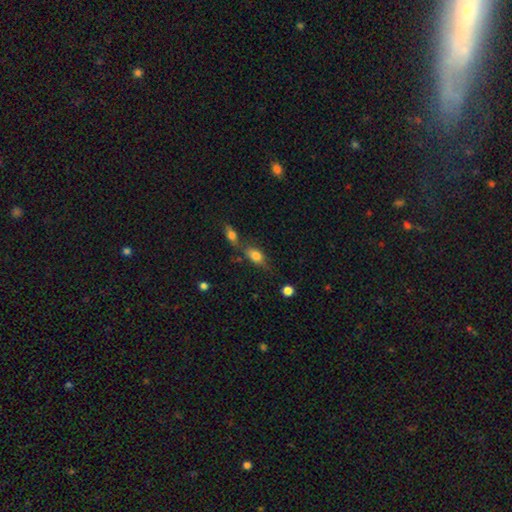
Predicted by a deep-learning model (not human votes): Smooth or featured: smooth — 74% (featured or disk — 16%)
How rounded: in between — 82% (cigar-shaped — 9%)
Merging: none — 48% (merger — 30%)